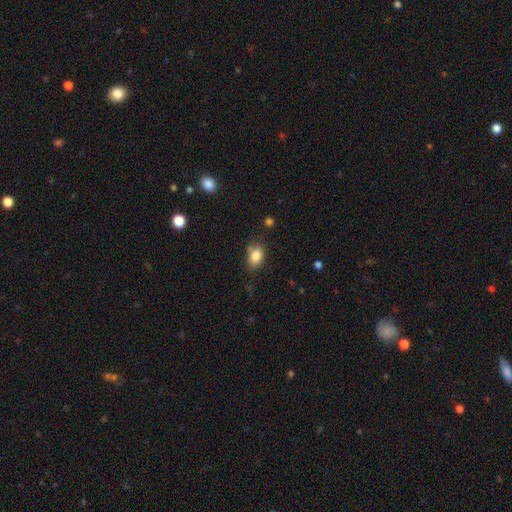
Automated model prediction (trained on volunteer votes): Morphology: type=smooth (83%); roundness=in between (78%); merging=none (69%).